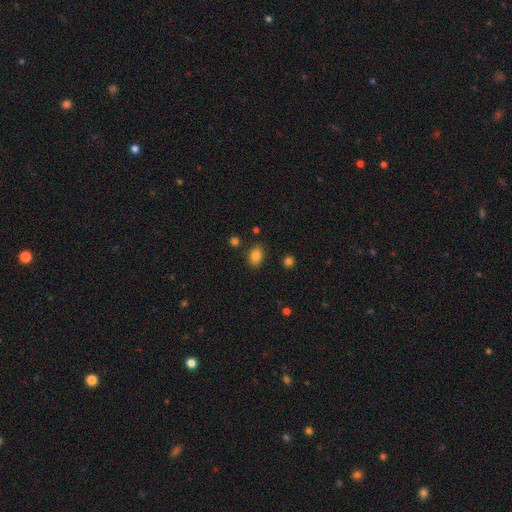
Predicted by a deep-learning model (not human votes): Smooth or featured? smooth (84%)
How rounded? in between (75%)
Merging? none (83%)